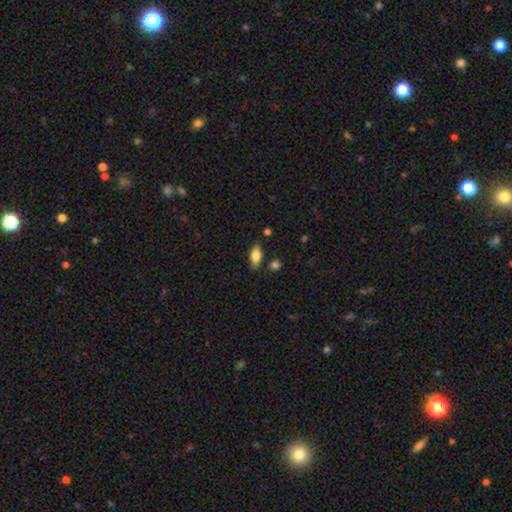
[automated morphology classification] Q: Smooth or featured?
A: smooth (80%); runner-up: featured or disk (13%)
Q: How rounded?
A: in between (85%); runner-up: cigar-shaped (12%)
Q: Merging?
A: none (81%); runner-up: minor disturbance (13%)